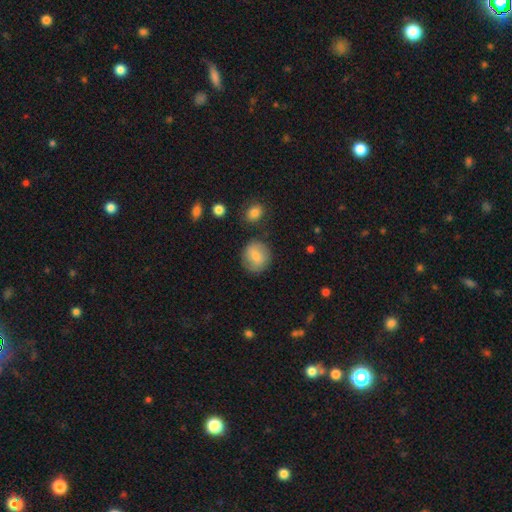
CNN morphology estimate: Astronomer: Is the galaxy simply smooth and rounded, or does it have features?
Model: smooth — 76%.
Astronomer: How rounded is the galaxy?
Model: round — 85%.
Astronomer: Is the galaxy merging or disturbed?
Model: none — 79%.